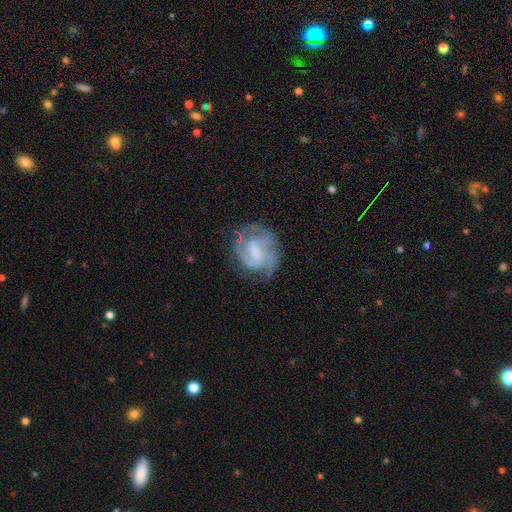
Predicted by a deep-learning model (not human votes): A featured or disk galaxy (75%) with a weak bar (52%), 2 (46%) medium (45%) spiral arms (86%) and no central bulge (36%). Merging: none (60%).